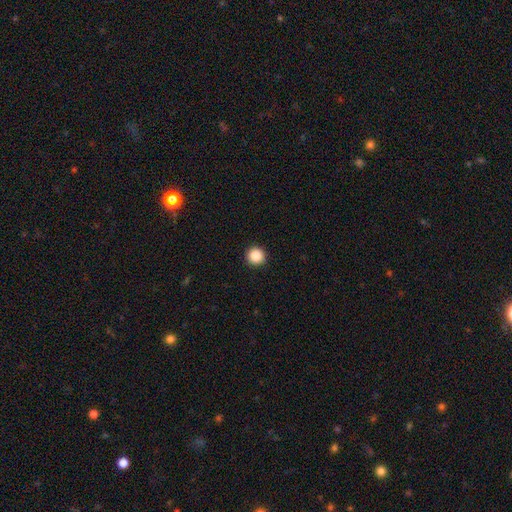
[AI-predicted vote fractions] This appears to be a smooth galaxy with no disk features (87%) that is round (95%). Merging: none (94%).